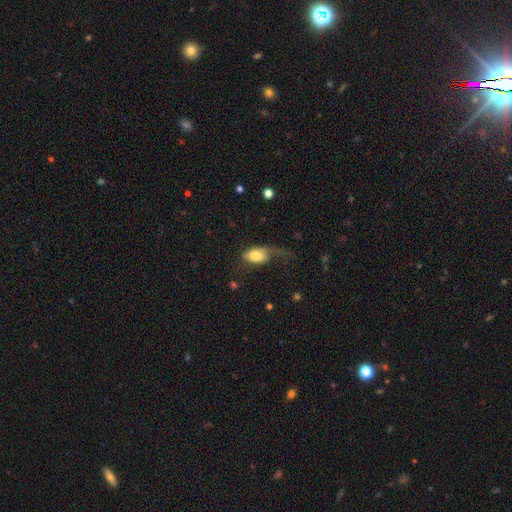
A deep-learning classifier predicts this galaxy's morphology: Overall: smooth (67%). How rounded: in between (89%). Merging: major disturbance (55%; minor disturbance 21%).